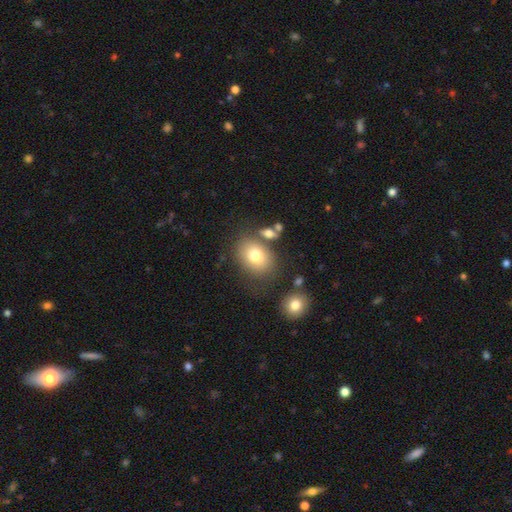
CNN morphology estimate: smooth 76%, featured or disk 14%, star or artifact 10%. Down the decision tree: how rounded — in between (61%); merging — none (67%).